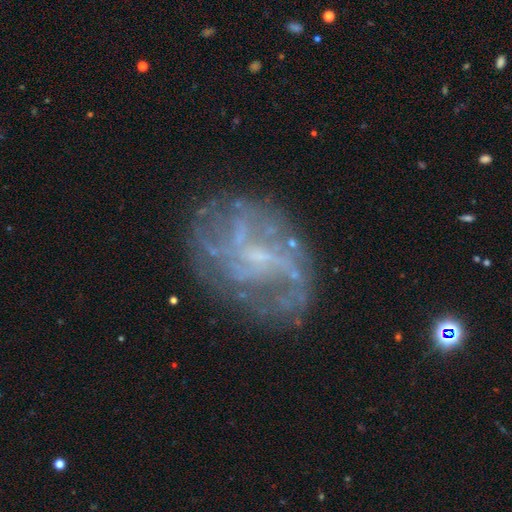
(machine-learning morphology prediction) Q: Smooth or featured?
A: featured or disk (78%); runner-up: smooth (12%)
Q: Edge-on disk?
A: no (98%); runner-up: yes (2%)
Q: Bar?
A: weak (49%); runner-up: no (40%)
Q: Spiral arms?
A: yes (74%); runner-up: no (26%)
Q: Spiral winding?
A: loose (37%); runner-up: medium (36%)
Q: Spiral arm count?
A: can't tell (48%); runner-up: 2 (19%)
Q: Bulge size?
A: small (54%); runner-up: none (30%)
Q: Merging?
A: none (64%); runner-up: minor disturbance (18%)